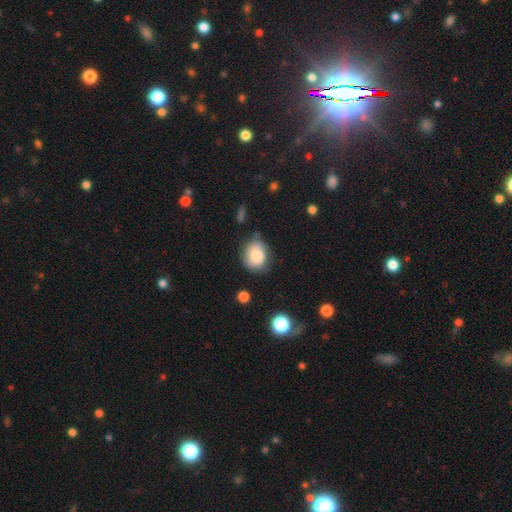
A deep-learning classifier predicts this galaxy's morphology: type=smooth (83%); roundness=round (54%); merging=none (62%).